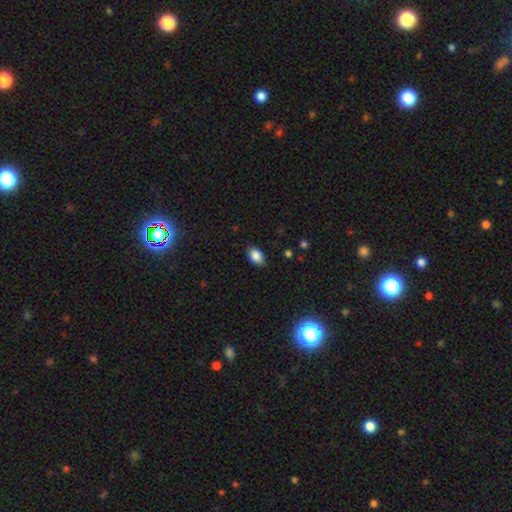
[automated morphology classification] Smooth or featured: smooth — 86% (star or artifact — 9%)
How rounded: in between — 88% (round — 10%)
Merging: none — 83% (minor disturbance — 13%)